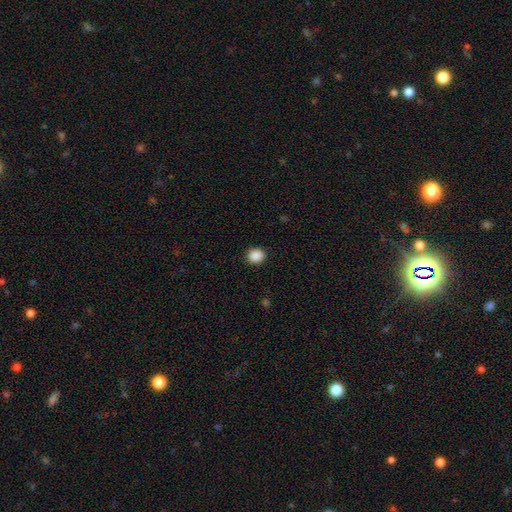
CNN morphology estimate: smooth 89%, star or artifact 9%, featured or disk 2%. Down the decision tree: how rounded — round (75%); merging — none (90%).